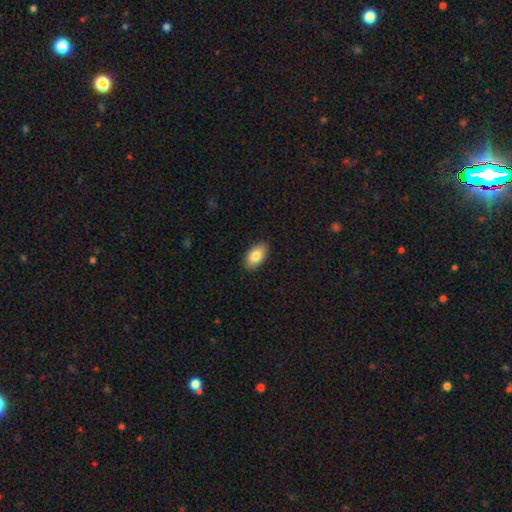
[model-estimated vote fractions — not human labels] Overall: smooth (83%). How rounded: in between (94%). Merging: none (90%).